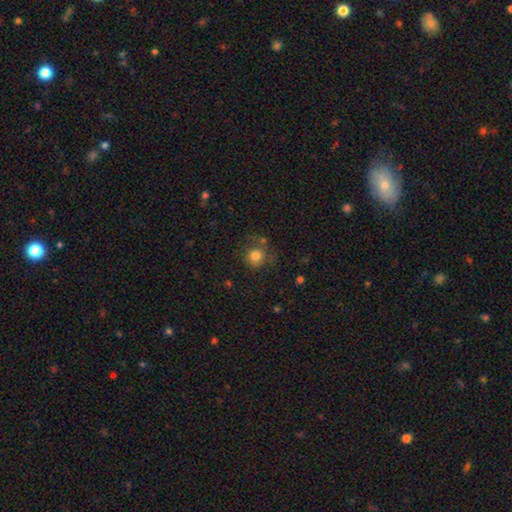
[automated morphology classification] Smooth or featured? Predicted: smooth (p=0.80). How rounded? Predicted: round (p=0.90). Merging? Predicted: none (p=0.68).